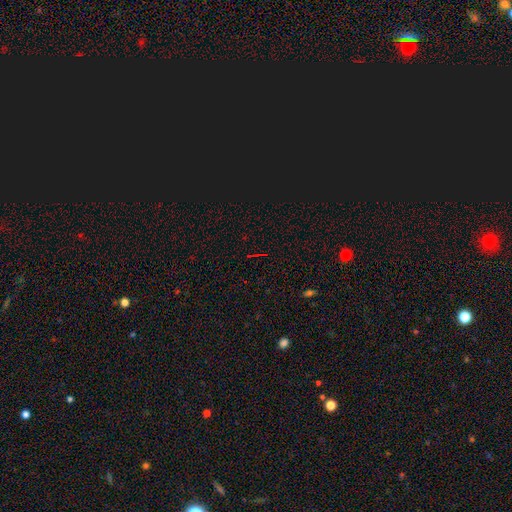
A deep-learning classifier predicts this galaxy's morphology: Smooth or featured: star or artifact — 74% (smooth — 15%)